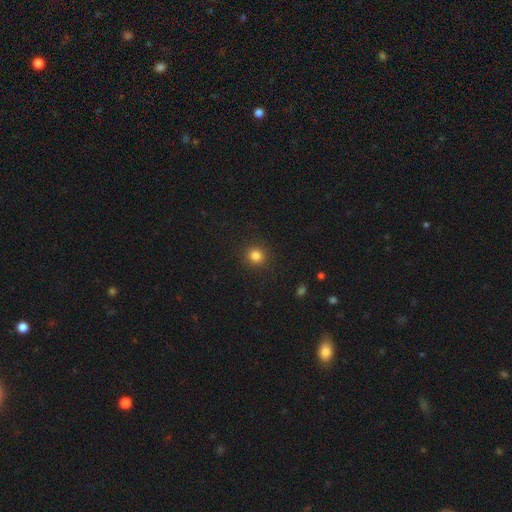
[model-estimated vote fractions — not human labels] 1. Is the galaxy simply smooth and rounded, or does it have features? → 83% smooth, 13% star or artifact, 5% featured or disk.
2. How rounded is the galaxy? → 91% round, 8% in between, 1% cigar-shaped.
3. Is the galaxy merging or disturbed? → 91% none, 6% minor disturbance, 2% major disturbance, 1% merger.